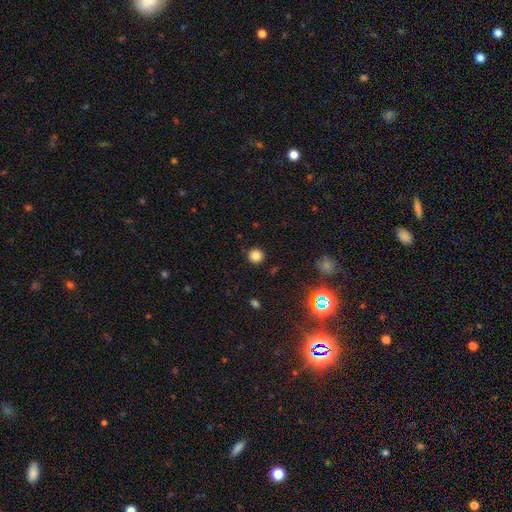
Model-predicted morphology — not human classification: smooth_or_featured: smooth (p=0.81) [alt: star or artifact p=0.14]
how_rounded: round (p=0.94) [alt: in between p=0.05]
merging: none (p=0.91) [alt: minor disturbance p=0.06]